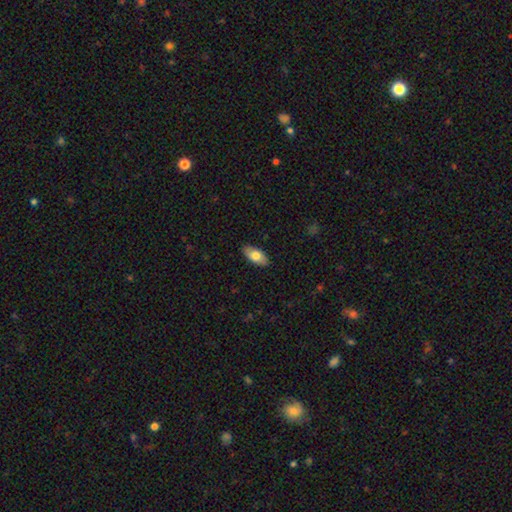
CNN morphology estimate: Smooth or featured? Predicted: smooth (p=0.73). How rounded? Predicted: in between (p=0.91). Merging? Predicted: none (p=0.88).